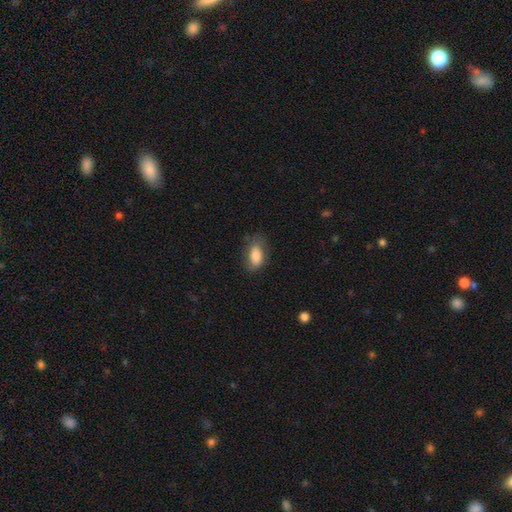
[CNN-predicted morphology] This is clearly a smooth galaxy (80%). How rounded: clearly in between (89%). Merging: likely none (63%).